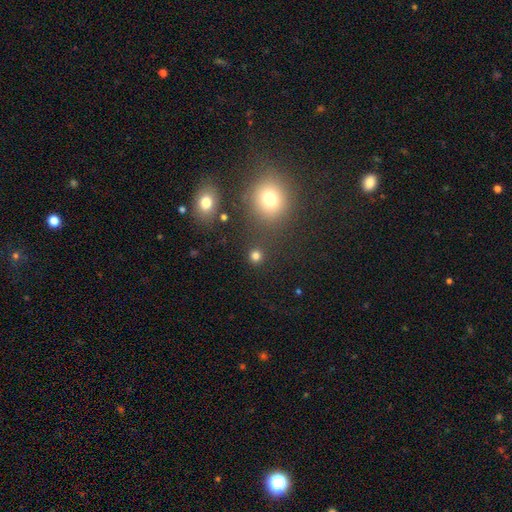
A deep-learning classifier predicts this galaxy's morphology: type=smooth (78%); roundness=round (90%); merging=none (85%).